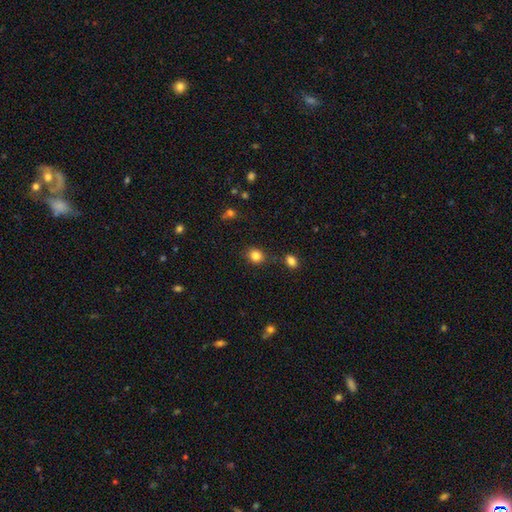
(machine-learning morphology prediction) This is clearly a smooth galaxy (84%). How rounded: likely round (69%). Merging: clearly none (82%).